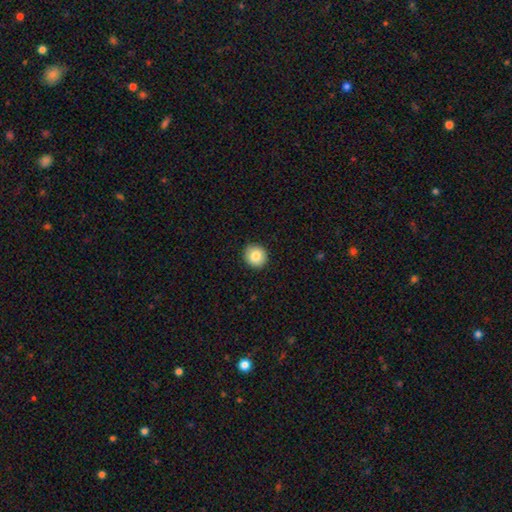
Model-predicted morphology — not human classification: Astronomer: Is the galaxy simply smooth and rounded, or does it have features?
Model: smooth — 84%.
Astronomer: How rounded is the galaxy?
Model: round — 89%.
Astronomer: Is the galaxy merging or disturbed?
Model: none — 91%.